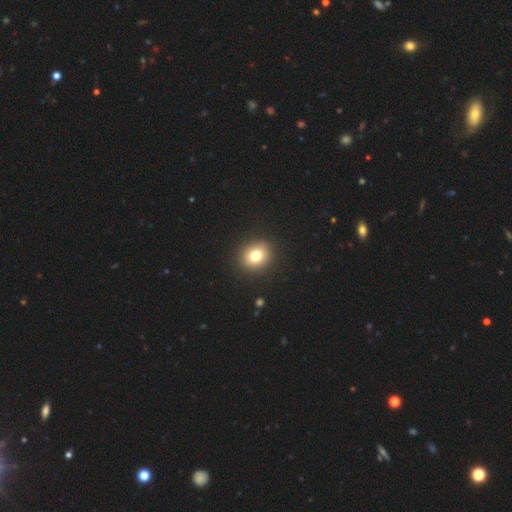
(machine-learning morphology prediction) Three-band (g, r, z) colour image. It shows a smooth galaxy with no disk features (78%) that is round (72%). Merging: none (91%).